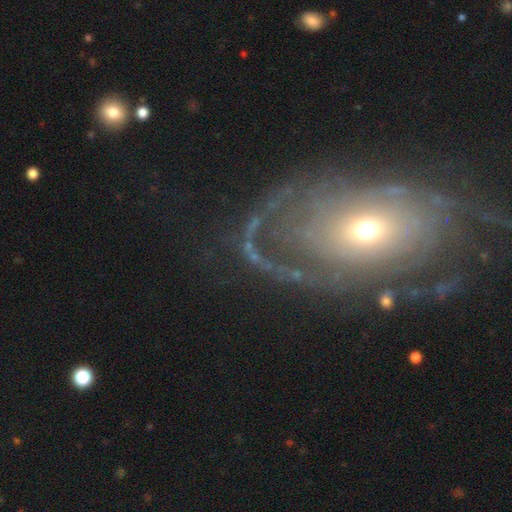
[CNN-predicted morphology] The model was most divided on "spiral arms": yes: 57%, no: 43%. More confident: edge-on disk — no (93%); bar — no (75%); smooth or featured — featured or disk (65%); bulge size — moderate (53%); merging — none (52%).